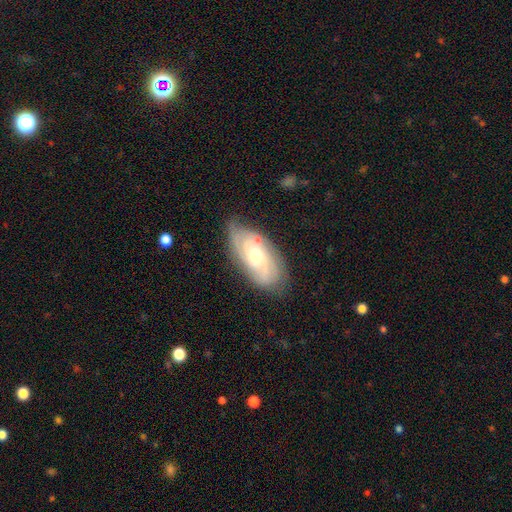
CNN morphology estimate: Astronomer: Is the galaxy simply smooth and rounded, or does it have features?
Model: featured or disk — 75%.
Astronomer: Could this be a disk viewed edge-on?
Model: no — 92%.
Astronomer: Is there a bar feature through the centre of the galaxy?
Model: no — 65%.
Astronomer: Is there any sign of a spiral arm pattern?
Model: yes — 90%.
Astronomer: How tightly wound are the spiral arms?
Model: tight — 60%.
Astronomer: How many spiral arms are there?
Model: can't tell — 39% (runner-up: 2, 26%).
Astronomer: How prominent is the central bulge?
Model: moderate — 68%.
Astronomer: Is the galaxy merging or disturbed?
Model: none — 71%.